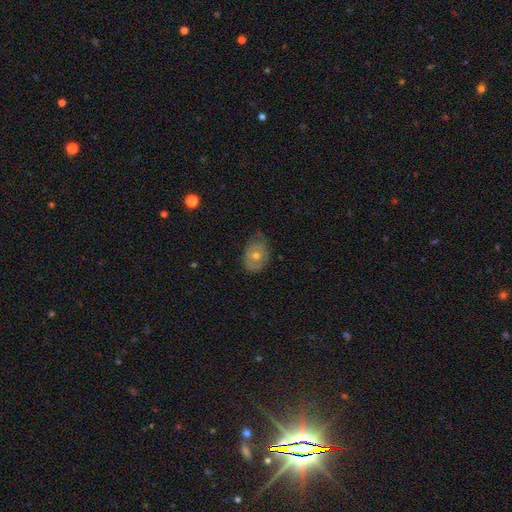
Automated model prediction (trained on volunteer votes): This is possibly a featured or disk galaxy (45%, tied with smooth). Merging: likely none (67%).